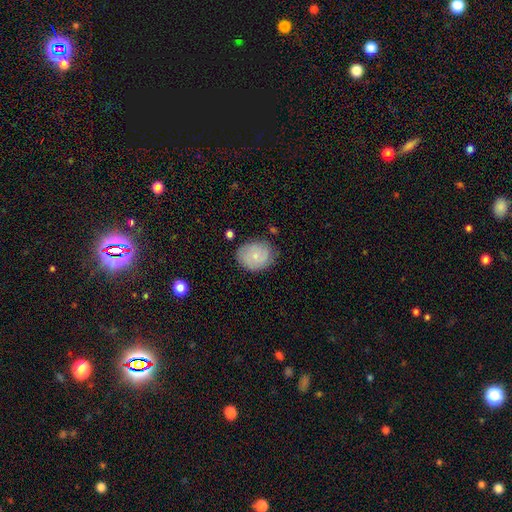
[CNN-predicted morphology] Overall: smooth (60%; featured or disk 32%). How rounded: round (59%; in between 40%). Merging: none (73%).